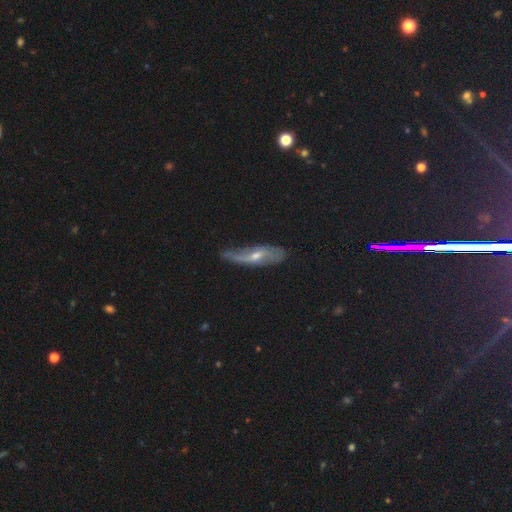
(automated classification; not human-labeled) Smooth or featured?
  - featured or disk: 65% *
  - smooth: 20%
  - star or artifact: 14%
Edge-on disk?
  - no: 66% *
  - yes: 34%
Merging?
  - none: 60% *
  - minor disturbance: 27%
  - major disturbance: 10%
  - merger: 3%